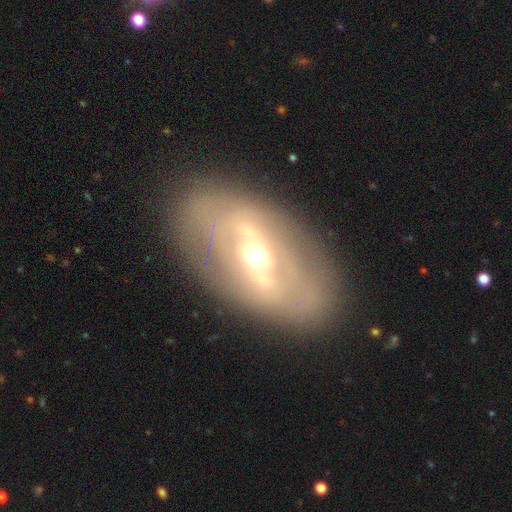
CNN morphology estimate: Q: Smooth or featured?
A: featured or disk (75%); runner-up: smooth (18%)
Q: Edge-on disk?
A: no (87%); runner-up: yes (13%)
Q: Bar?
A: strong (56%); runner-up: weak (29%)
Q: Spiral arms?
A: no (64%); runner-up: yes (36%)
Q: Bulge size?
A: moderate (68%); runner-up: small (21%)
Q: Merging?
A: none (82%); runner-up: minor disturbance (12%)